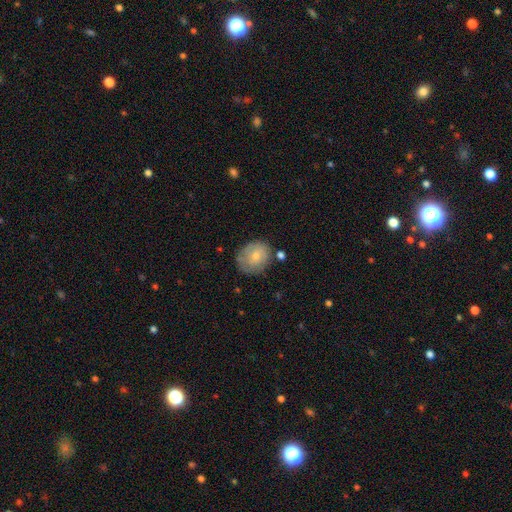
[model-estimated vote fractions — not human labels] Smooth or featured? smooth (68%)
How rounded? round (66%)
Merging? none (68%)